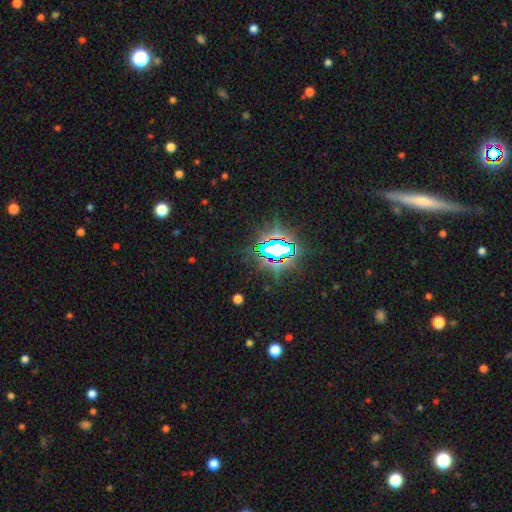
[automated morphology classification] This appears to be a star or artifact, not a galaxy (80%).